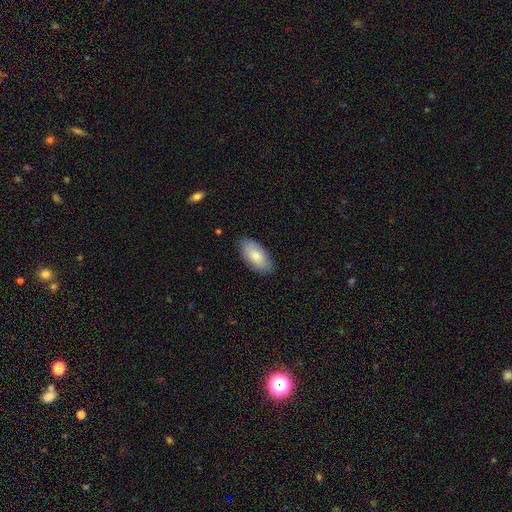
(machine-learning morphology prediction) smooth_or_featured: smooth (p=0.81) [alt: featured or disk p=0.13]
how_rounded: in between (p=0.93) [alt: cigar-shaped p=0.05]
merging: none (p=0.83) [alt: minor disturbance p=0.14]